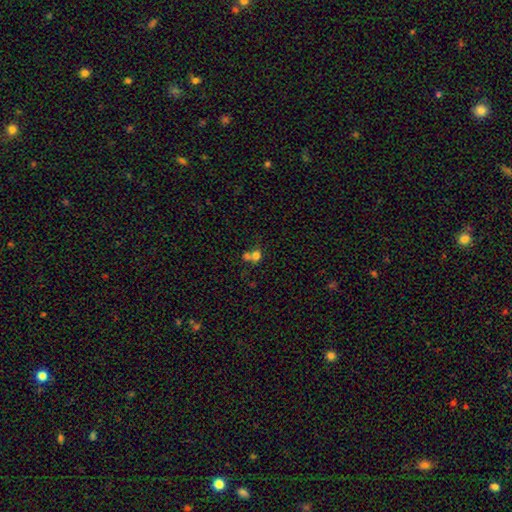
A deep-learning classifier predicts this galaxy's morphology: A smooth galaxy with no disk features (71%) that is round (69%).

Vote fractions:
- Smooth or featured? smooth: 71% / star or artifact: 15% / featured or disk: 14%
- How rounded? round: 69% / in between: 30% / cigar-shaped: 1%
- Merging? merger: 55% / none: 31% / minor disturbance: 8% / major disturbance: 6%